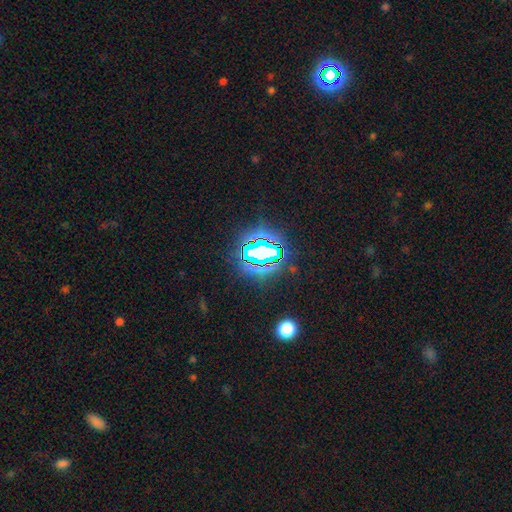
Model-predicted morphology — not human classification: A star or artifact, not a galaxy (82%).

Vote fractions:
- Smooth or featured? star or artifact: 82% / smooth: 11% / featured or disk: 6%